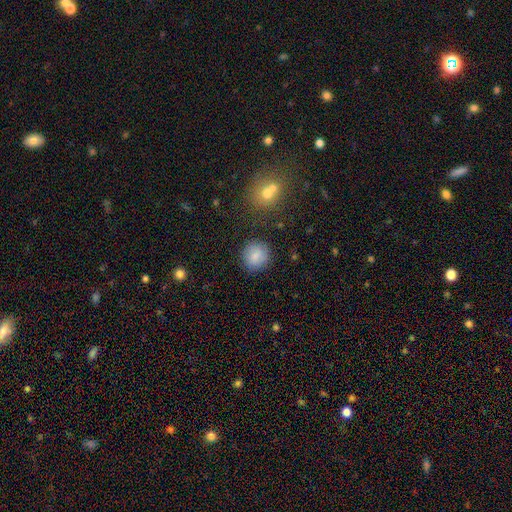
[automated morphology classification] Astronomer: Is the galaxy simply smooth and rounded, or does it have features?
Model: smooth — 84%.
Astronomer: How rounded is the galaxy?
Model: round — 89%.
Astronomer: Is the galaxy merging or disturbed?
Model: none — 85%.